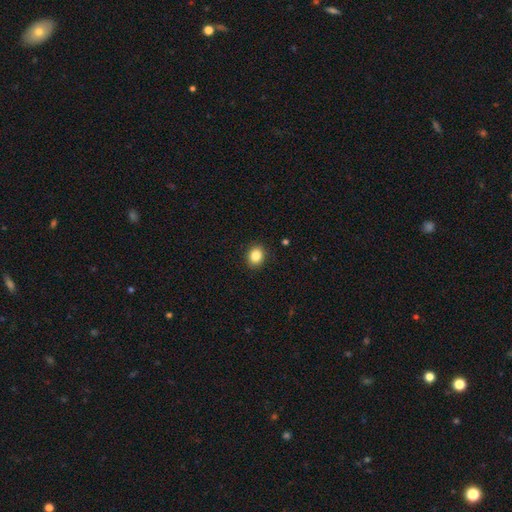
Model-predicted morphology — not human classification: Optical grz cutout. It shows a smooth galaxy with no disk features (86%) that is round (63%). Merging: none (90%).